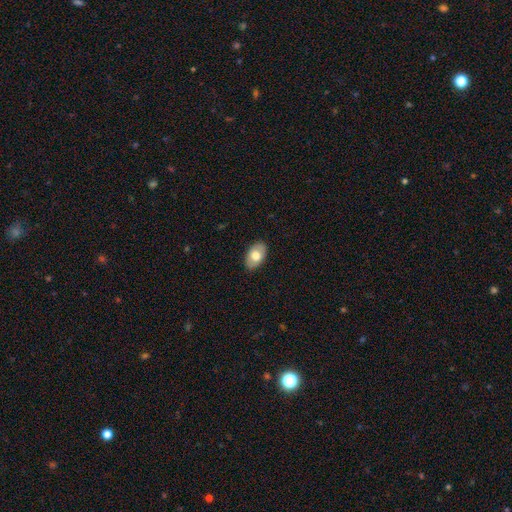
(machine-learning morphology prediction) A smooth galaxy with no disk features (72%) that is in between round and cigar-shaped (92%). Merging: none (87%).